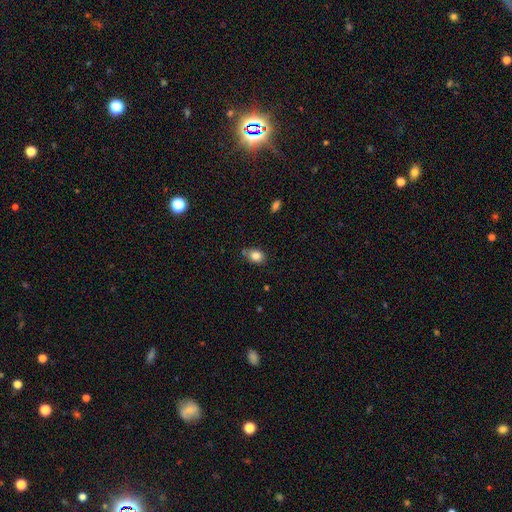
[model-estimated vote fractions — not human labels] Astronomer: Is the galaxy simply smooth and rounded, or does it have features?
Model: smooth — 84%.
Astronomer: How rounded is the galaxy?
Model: in between — 64%.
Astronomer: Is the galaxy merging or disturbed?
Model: none — 67%.